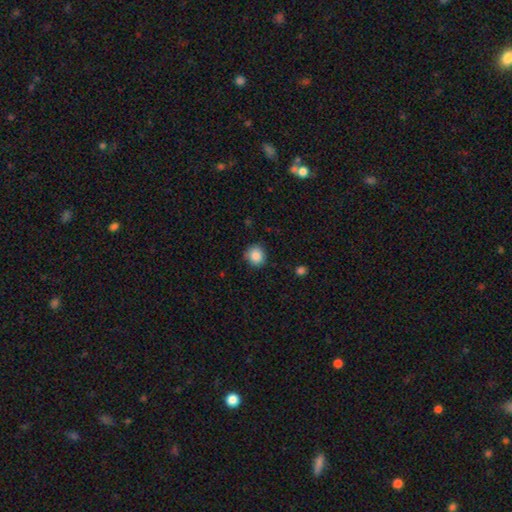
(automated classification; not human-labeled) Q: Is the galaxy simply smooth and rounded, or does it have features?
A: smooth — 87%.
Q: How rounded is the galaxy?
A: round — 85%.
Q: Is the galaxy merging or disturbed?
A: none — 86%.